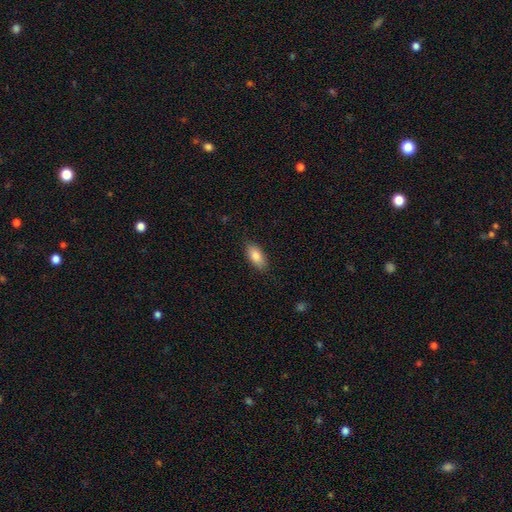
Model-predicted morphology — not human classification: smooth_or_featured: smooth (p=0.85) [alt: featured or disk p=0.09]
how_rounded: in between (p=0.89) [alt: cigar-shaped p=0.08]
merging: none (p=0.86) [alt: minor disturbance p=0.11]